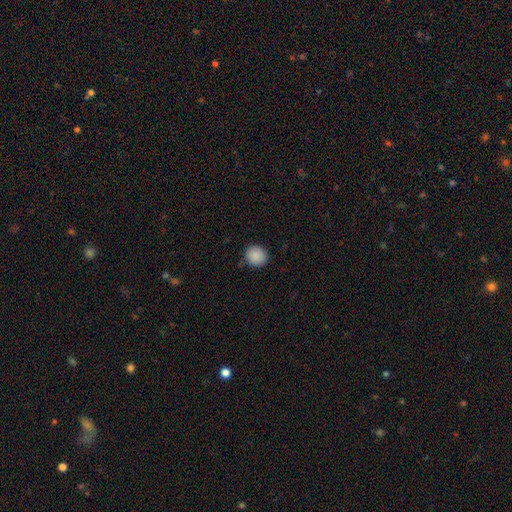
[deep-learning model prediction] Smooth or featured?
  - smooth: 89% *
  - star or artifact: 8%
  - featured or disk: 3%
How rounded?
  - round: 88% *
  - in between: 11%
  - cigar-shaped: 1%
Merging?
  - none: 87% *
  - minor disturbance: 10%
  - major disturbance: 2%
  - merger: 1%